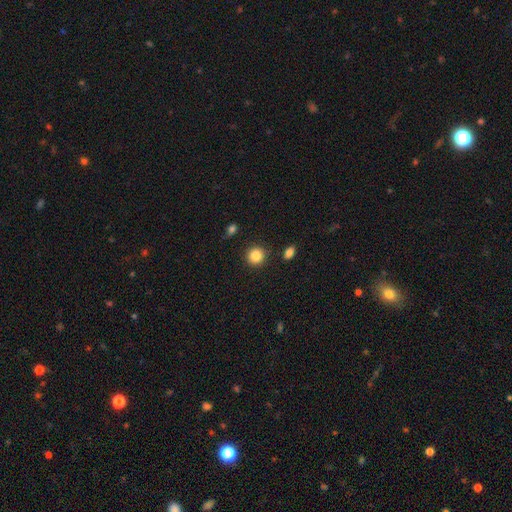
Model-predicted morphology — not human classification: Q: Smooth or featured?
A: smooth (86%); runner-up: star or artifact (9%)
Q: How rounded?
A: round (91%); runner-up: in between (8%)
Q: Merging?
A: none (87%); runner-up: minor disturbance (7%)